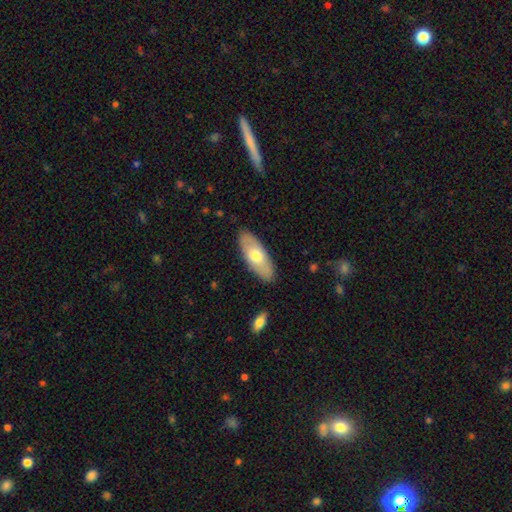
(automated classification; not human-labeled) Q: Smooth or featured?
A: smooth (63%); runner-up: featured or disk (32%)
Q: How rounded?
A: in between (82%); runner-up: cigar-shaped (16%)
Q: Merging?
A: none (87%); runner-up: minor disturbance (10%)